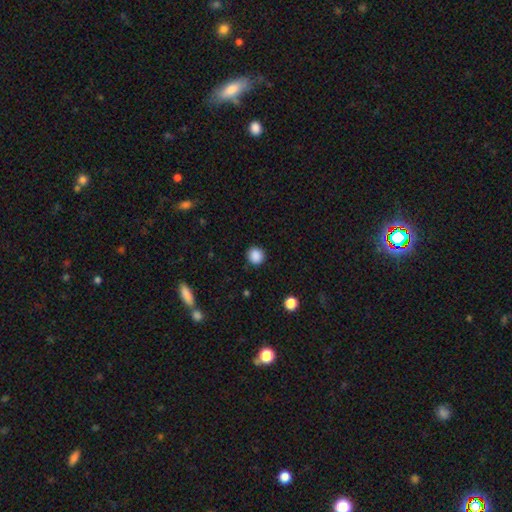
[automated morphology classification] This is clearly a smooth galaxy (88%). How rounded: clearly round (89%). Merging: clearly none (90%).